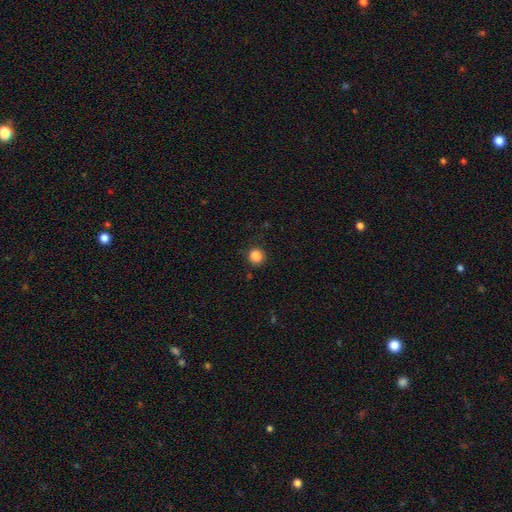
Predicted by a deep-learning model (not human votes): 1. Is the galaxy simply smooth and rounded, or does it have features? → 86% smooth, 11% star or artifact, 4% featured or disk.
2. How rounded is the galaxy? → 90% round, 10% in between, 1% cigar-shaped.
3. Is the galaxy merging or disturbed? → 89% none, 8% minor disturbance, 2% major disturbance, 1% merger.